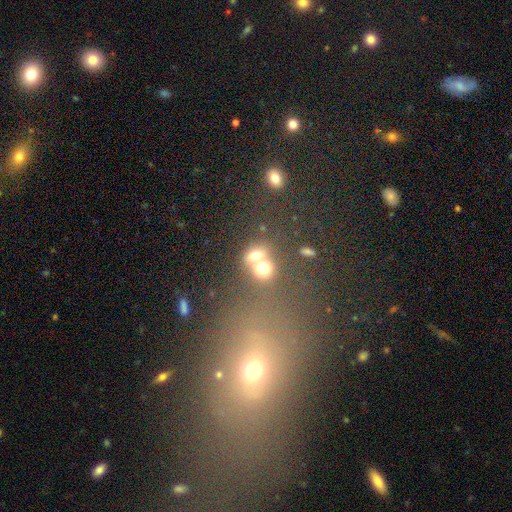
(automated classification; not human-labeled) A smooth galaxy with no disk features (67%) that is round (52%). Merging: merger (55%).